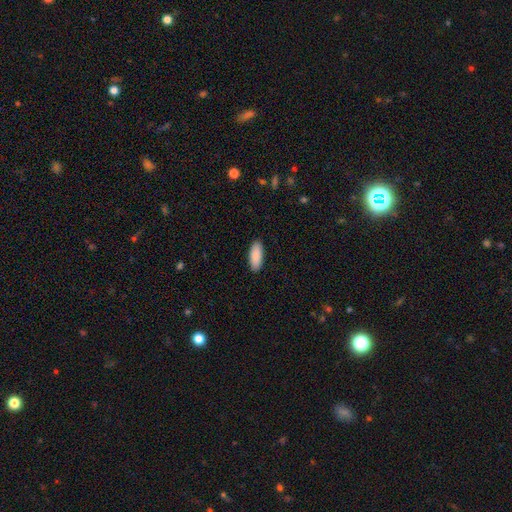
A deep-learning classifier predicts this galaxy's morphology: This is clearly a smooth galaxy (90%). How rounded: clearly in between (81%). Merging: clearly none (90%).